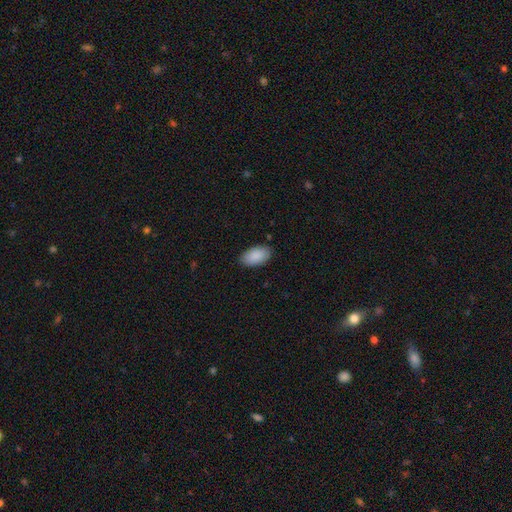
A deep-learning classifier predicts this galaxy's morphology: smooth_or_featured: smooth (p=0.90) [alt: star or artifact p=0.06]
how_rounded: in between (p=0.95) [alt: round p=0.03]
merging: none (p=0.86) [alt: minor disturbance p=0.10]